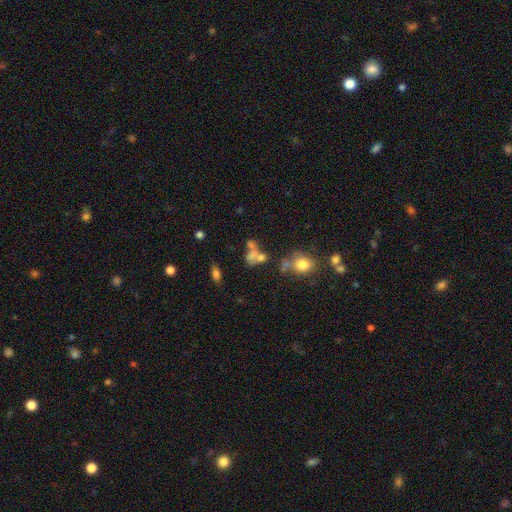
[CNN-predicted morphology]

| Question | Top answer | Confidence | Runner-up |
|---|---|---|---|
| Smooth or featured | smooth | 57% | featured or disk (25%) |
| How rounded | in between | 62% | round (33%) |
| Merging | merger | 48% | none (28%) |